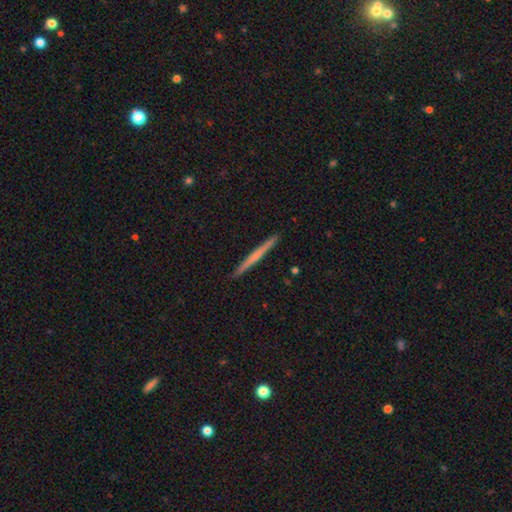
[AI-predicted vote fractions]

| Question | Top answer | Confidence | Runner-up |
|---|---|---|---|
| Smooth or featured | featured or disk | 55% | smooth (40%) |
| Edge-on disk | yes | 98% | no (2%) |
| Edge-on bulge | none | 68% | rounded (27%) |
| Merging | none | 93% | minor disturbance (5%) |